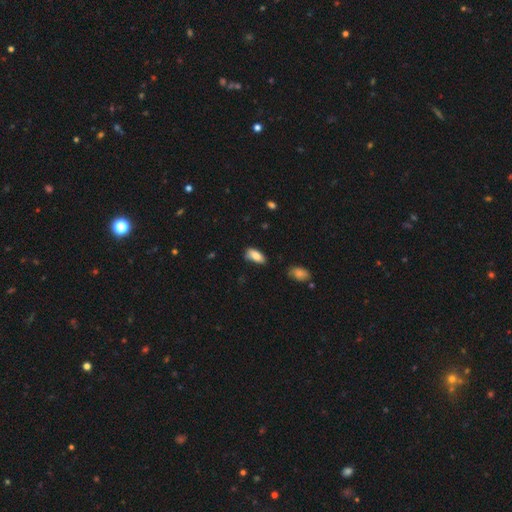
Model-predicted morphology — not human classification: This appears to be a smooth galaxy with no disk features (82%) that is in between round and cigar-shaped (88%). Merging: none (65%).